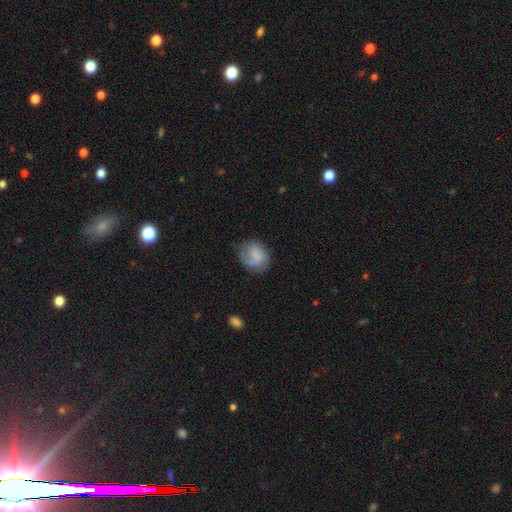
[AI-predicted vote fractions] A smooth galaxy with no disk features (50%).

Vote fractions:
- Smooth or featured? smooth: 50% / featured or disk: 42% / star or artifact: 8%
- Merging? none: 64% / minor disturbance: 21% / major disturbance: 13% / merger: 2%